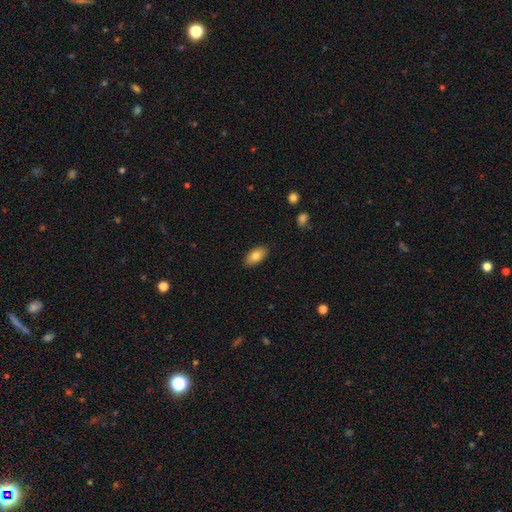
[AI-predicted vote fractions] A smooth galaxy with no disk features (82%) that is in between round and cigar-shaped (93%). Merging: none (88%).